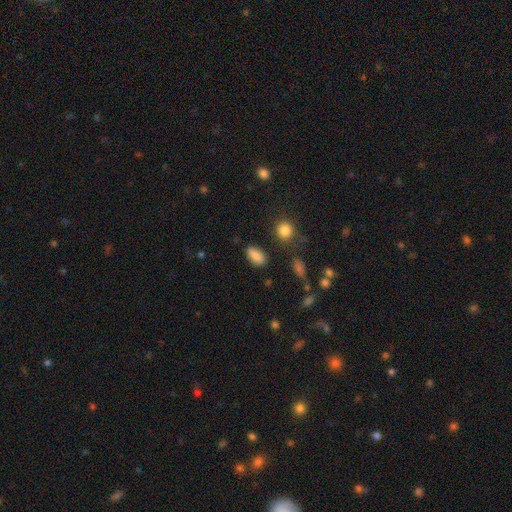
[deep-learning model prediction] A smooth galaxy with no disk features (86%) that is in between round and cigar-shaped (89%). Merging: none (83%).